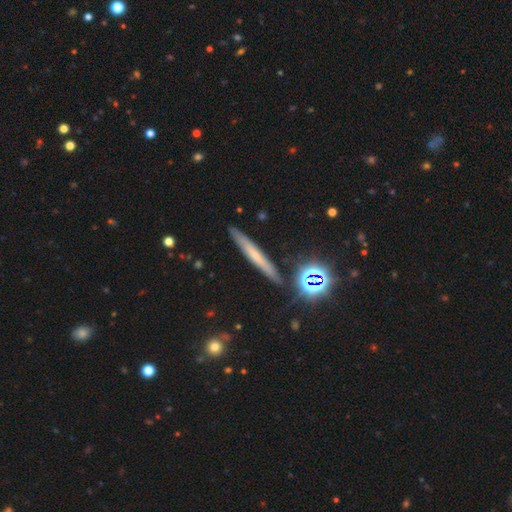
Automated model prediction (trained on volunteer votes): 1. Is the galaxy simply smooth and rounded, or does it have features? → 47% smooth, 38% featured or disk, 15% star or artifact.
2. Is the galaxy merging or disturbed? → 87% none, 8% minor disturbance, 2% merger, 2% major disturbance.